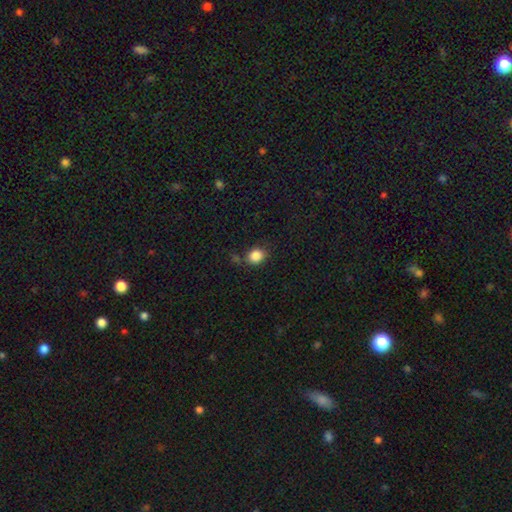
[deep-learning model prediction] Morphology: type=smooth (86%); roundness=round (64%); merging=none (73%).